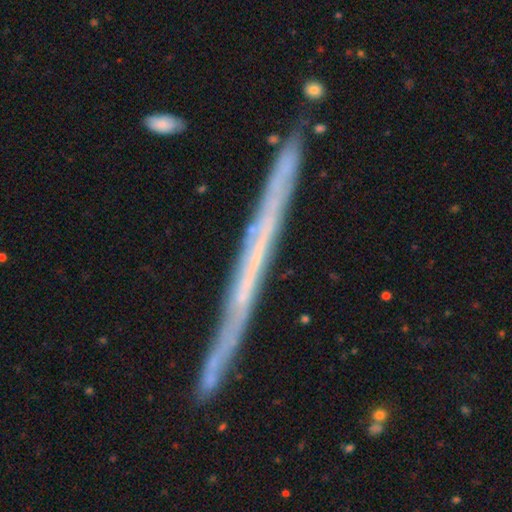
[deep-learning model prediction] The model was most divided on "smooth or featured": featured or disk: 66%, smooth: 24%, star or artifact: 10%. More confident: edge-on disk — yes (96%); edge-on bulge — none (91%); merging — none (88%).